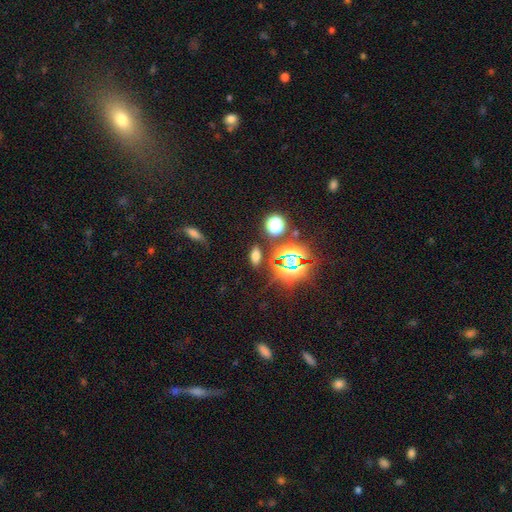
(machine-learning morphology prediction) Smooth or featured?
  - smooth: 60% *
  - star or artifact: 30%
  - featured or disk: 10%
How rounded?
  - in between: 79% *
  - cigar-shaped: 11%
  - round: 10%
Merging?
  - none: 83% *
  - minor disturbance: 9%
  - merger: 4%
  - major disturbance: 4%